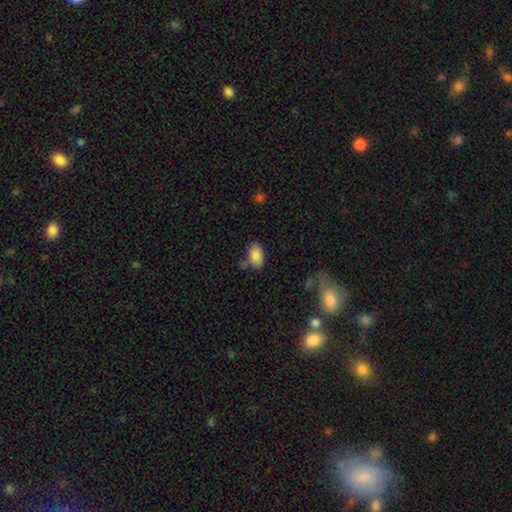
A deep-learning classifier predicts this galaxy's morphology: A smooth galaxy with no disk features (87%) that is in between round and cigar-shaped (92%). Merging: none (68%).